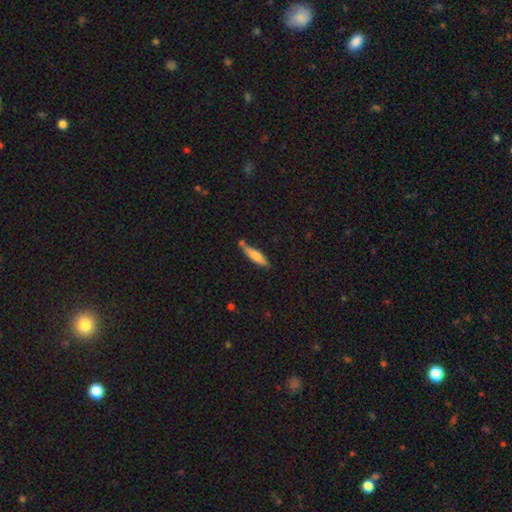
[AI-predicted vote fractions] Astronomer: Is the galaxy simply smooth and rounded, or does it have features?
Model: smooth — 73%.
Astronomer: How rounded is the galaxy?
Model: cigar-shaped — 78%.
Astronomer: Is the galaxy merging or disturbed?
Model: none — 66%.